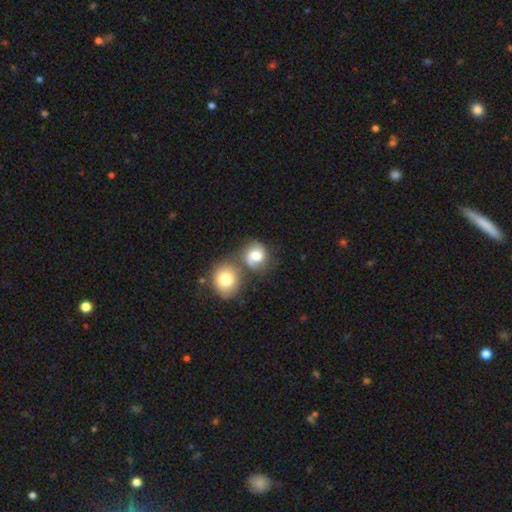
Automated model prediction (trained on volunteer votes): This appears to be a featured or disk galaxy (50%). Merging: none (46%).